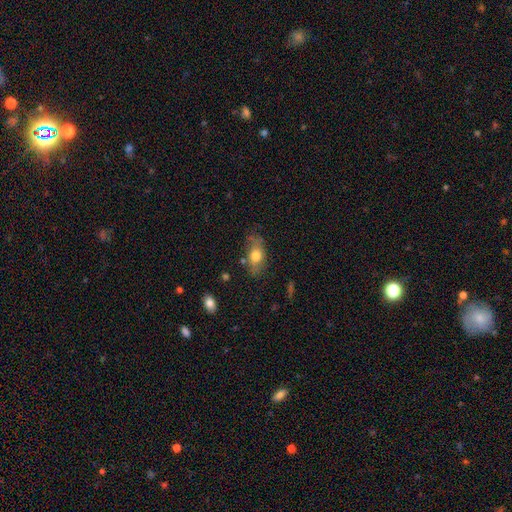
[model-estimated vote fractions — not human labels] The model was most divided on "smooth or featured": smooth: 67%, featured or disk: 25%, star or artifact: 8%. More confident: how rounded — in between (81%); merging — none (66%).